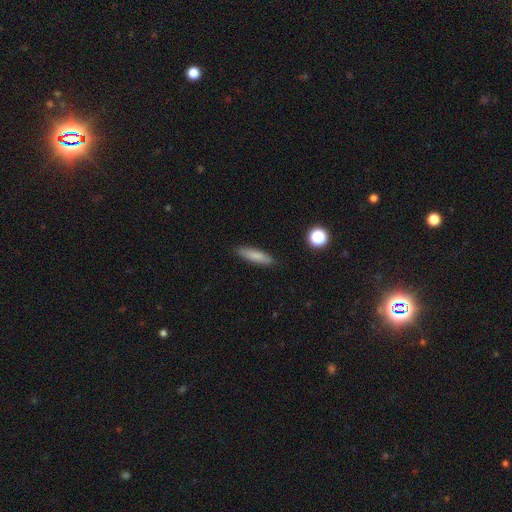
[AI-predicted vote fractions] Overall: smooth (82%). How rounded: cigar-shaped (71%). Merging: none (87%).